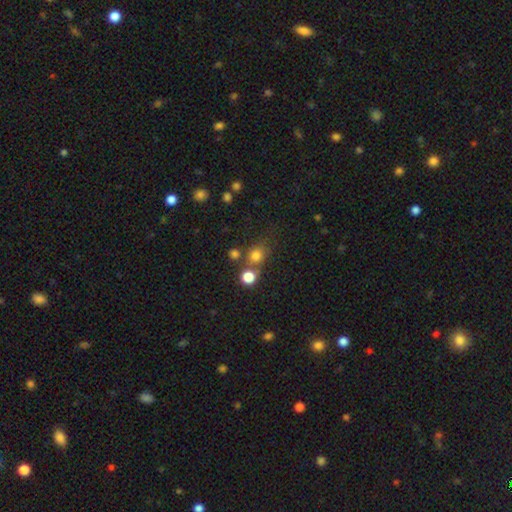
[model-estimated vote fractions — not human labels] smooth_or_featured: smooth (p=0.76) [alt: star or artifact p=0.17]
how_rounded: round (p=0.82) [alt: in between p=0.17]
merging: none (p=0.61) [alt: merger p=0.22]